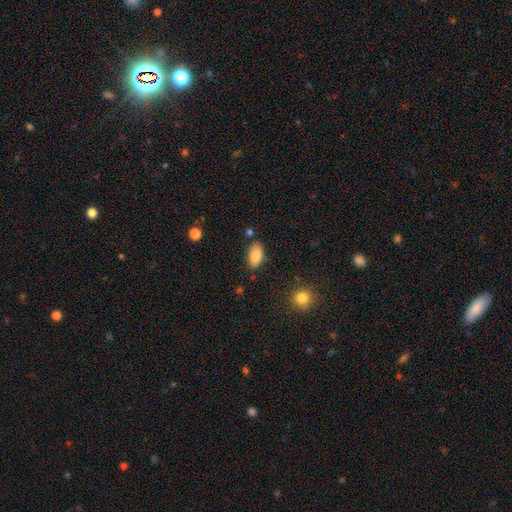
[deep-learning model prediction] A smooth galaxy with no disk features (84%) that is in between round and cigar-shaped (91%). Merging: none (79%).